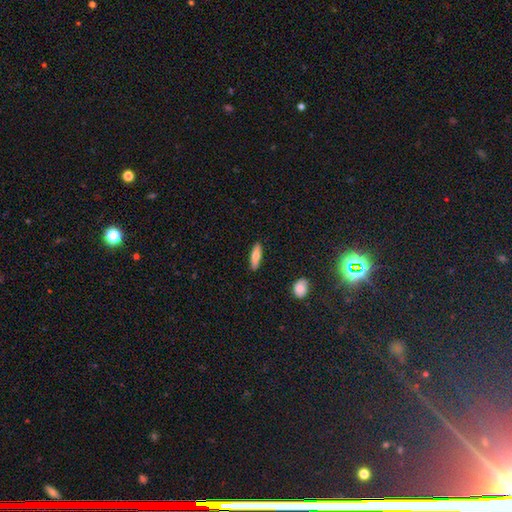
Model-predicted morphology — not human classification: type=smooth (70%); roundness=cigar-shaped (61%); merging=none (89%).